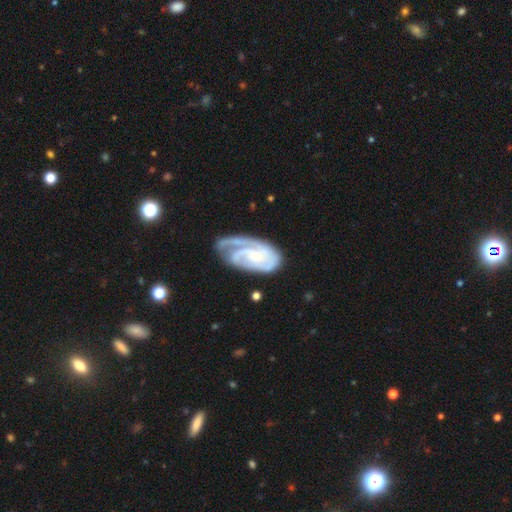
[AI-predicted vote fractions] featured or disk 85%, smooth 10%, star or artifact 5%. Down the decision tree: edge-on disk — no (96%); bar — no (63%); spiral arms — yes (96%); spiral arm count — 2 (39%); spiral winding — tight (60%); bulge size — small (72%); merging — none (52%).